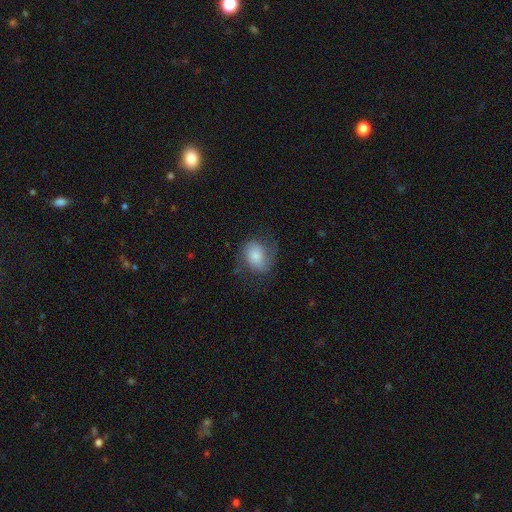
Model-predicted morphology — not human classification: This is possibly a smooth galaxy (59%). How rounded: possibly in between (54%). Merging: possibly none (57%).